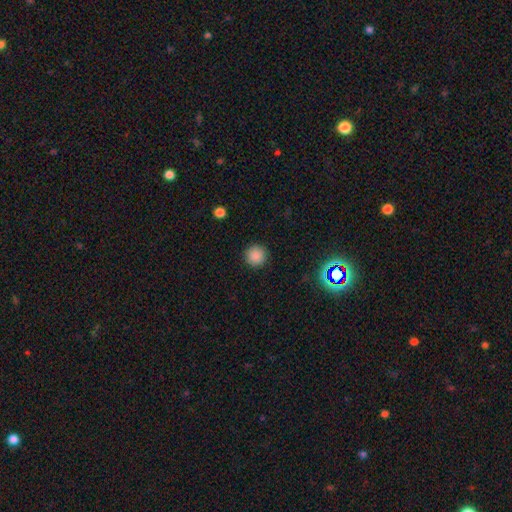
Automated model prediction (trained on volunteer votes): This appears to be a smooth galaxy with no disk features (86%) that is round (96%). Merging: none (92%).